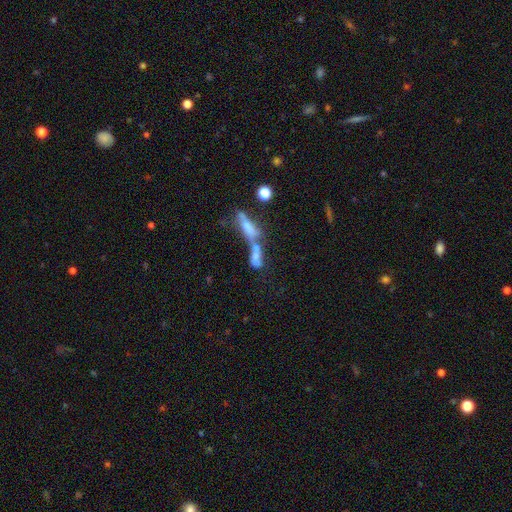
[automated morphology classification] Q: Smooth or featured?
A: smooth (56%); runner-up: featured or disk (31%)
Q: How rounded?
A: in between (54%); runner-up: cigar-shaped (41%)
Q: Merging?
A: merger (73%); runner-up: none (14%)